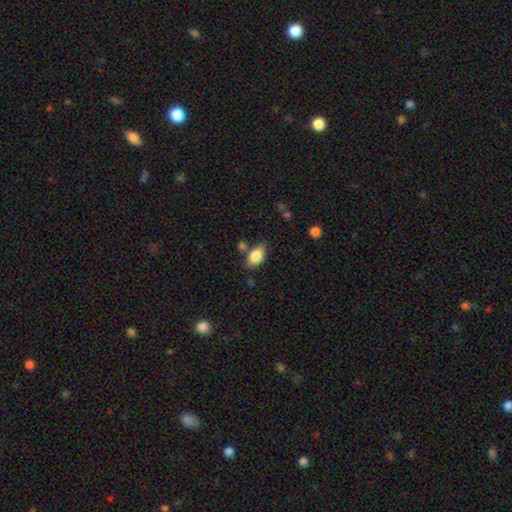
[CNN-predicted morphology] A smooth galaxy with no disk features (85%) that is in between round and cigar-shaped (90%). Merging: none (69%).